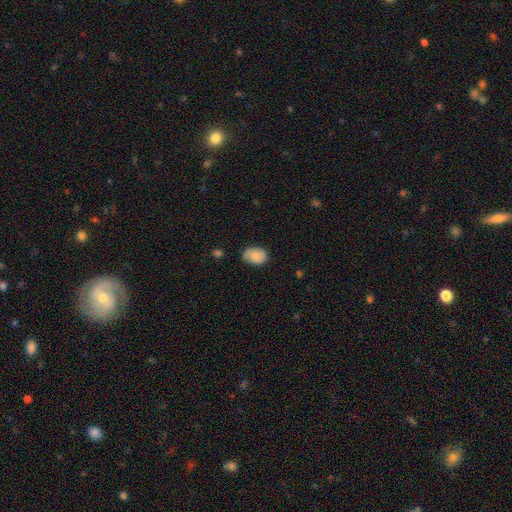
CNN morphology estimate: smooth_or_featured: smooth (p=0.81) [alt: featured or disk p=0.11]
how_rounded: in between (p=0.74) [alt: round p=0.25]
merging: none (p=0.67) [alt: minor disturbance p=0.26]